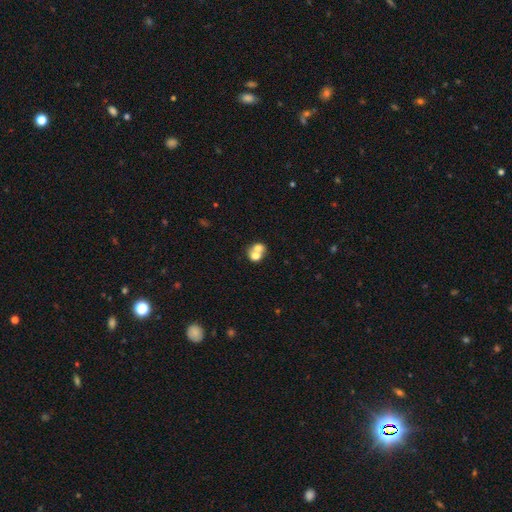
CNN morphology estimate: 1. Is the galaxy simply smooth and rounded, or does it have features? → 67% smooth, 24% featured or disk, 10% star or artifact.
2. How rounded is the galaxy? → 63% round, 36% in between, 1% cigar-shaped.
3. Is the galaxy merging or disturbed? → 69% merger, 22% none, 5% minor disturbance, 3% major disturbance.